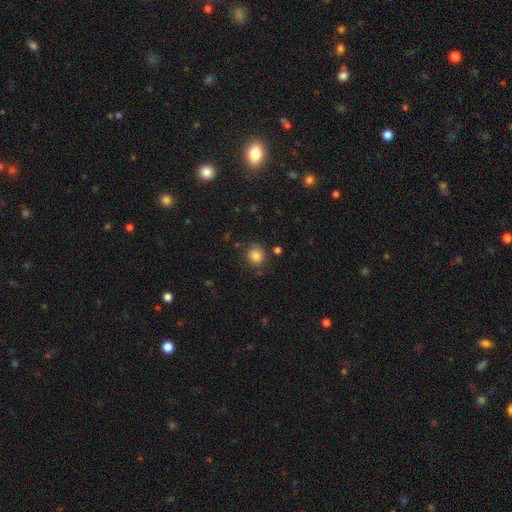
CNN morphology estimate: A smooth galaxy with no disk features (78%) that is round (80%). Merging: none (75%).